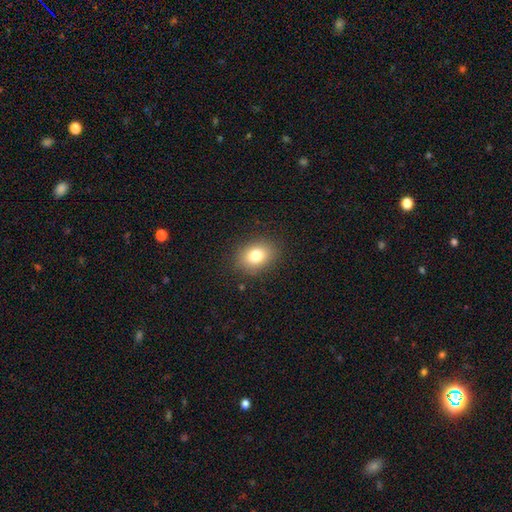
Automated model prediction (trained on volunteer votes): A smooth galaxy with no disk features (80%) that is in between round and cigar-shaped (57%).

Vote fractions:
- Smooth or featured? smooth: 80% / star or artifact: 11% / featured or disk: 10%
- How rounded? in between: 57% / round: 42% / cigar-shaped: 1%
- Merging? none: 87% / minor disturbance: 9% / major disturbance: 3% / merger: 1%